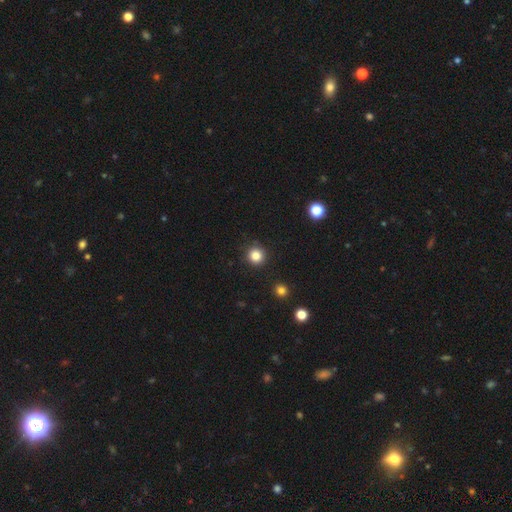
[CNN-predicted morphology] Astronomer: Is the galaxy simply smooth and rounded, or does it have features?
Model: smooth — 84%.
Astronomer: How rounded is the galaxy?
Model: round — 94%.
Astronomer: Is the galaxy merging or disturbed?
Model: none — 91%.